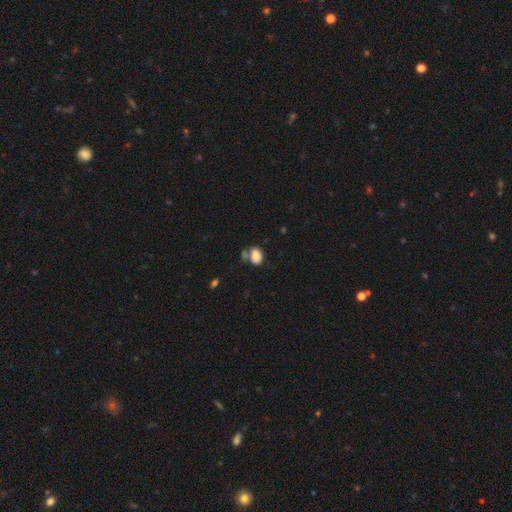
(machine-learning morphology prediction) Overall: smooth (82%). How rounded: in between (75%). Merging: none (43%; merger 31%).